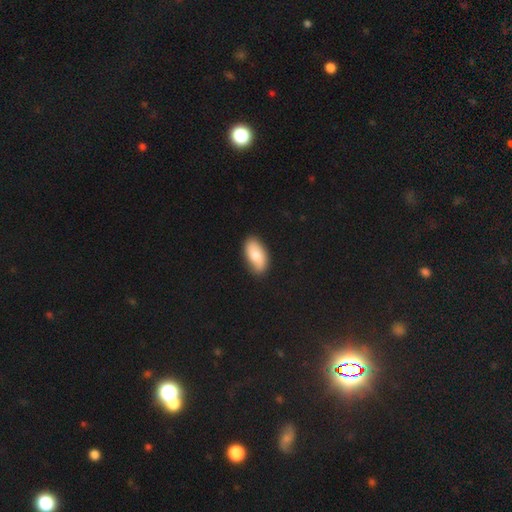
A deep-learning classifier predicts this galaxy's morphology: The model was most divided on "smooth or featured": smooth: 70%, featured or disk: 24%, star or artifact: 6%. More confident: how rounded — in between (93%); merging — none (83%).